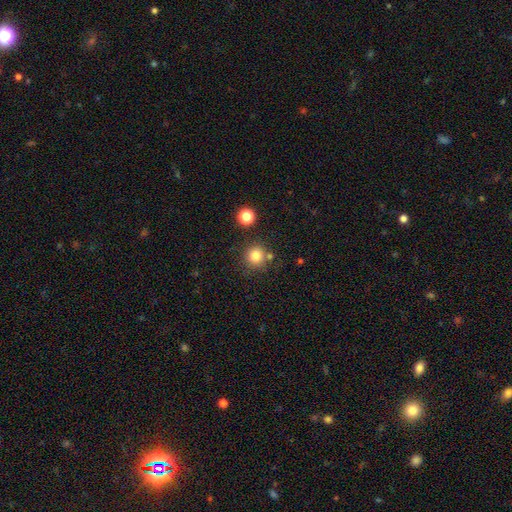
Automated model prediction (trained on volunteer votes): This appears to be a smooth galaxy with no disk features (82%) that is round (93%). Merging: none (78%).